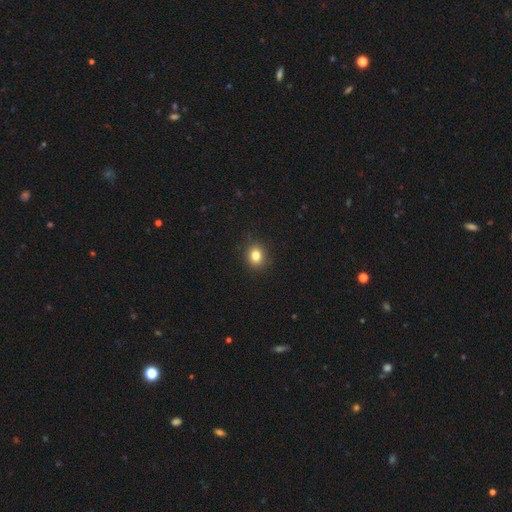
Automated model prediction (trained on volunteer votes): smooth-or-featured: smooth: 82% | star or artifact: 12% | featured or disk: 7%
  how-rounded: round: 71% | in between: 28% | cigar-shaped: 1%
  merging: none: 89% | minor disturbance: 8% | major disturbance: 2% | merger: 1%